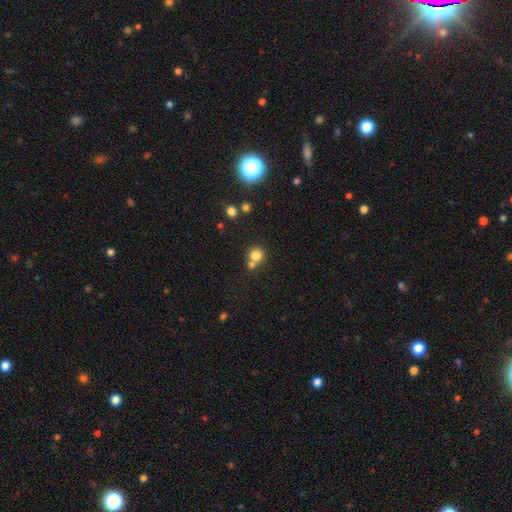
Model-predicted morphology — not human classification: Smooth or featured: smooth — 79% (star or artifact — 13%)
How rounded: round — 90% (in between — 9%)
Merging: none — 56% (merger — 33%)